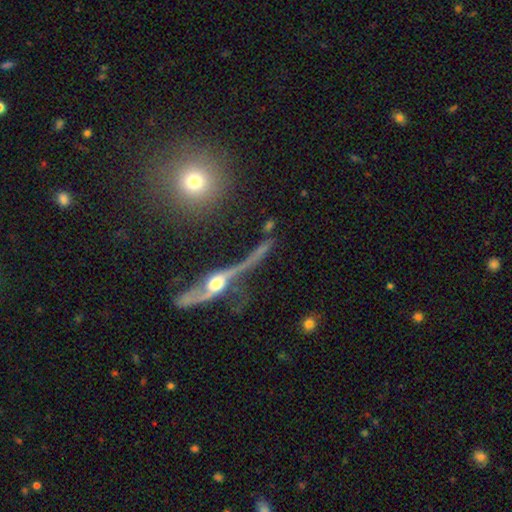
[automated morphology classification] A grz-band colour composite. It shows a featured or disk galaxy (73%) viewed edge-on (69%) with a rounded central bulge (84%). Merging: none (53%).